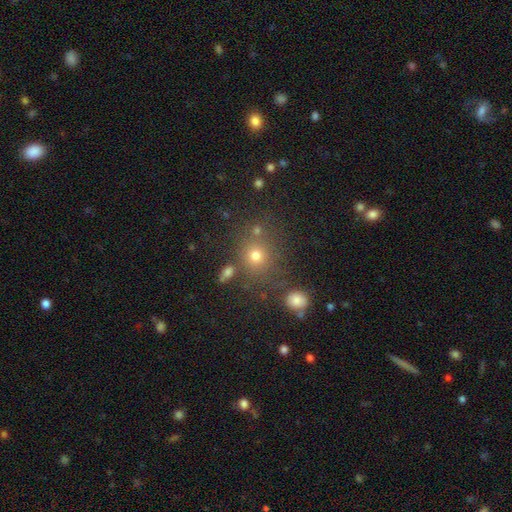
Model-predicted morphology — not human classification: smooth 68%, star or artifact 22%, featured or disk 9%. Down the decision tree: how rounded — round (85%); merging — none (73%).